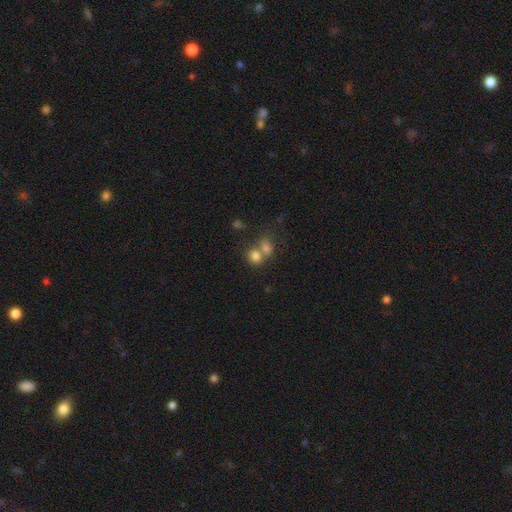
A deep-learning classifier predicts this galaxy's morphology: type=smooth (75%); roundness=round (74%); merging=merger (54%).